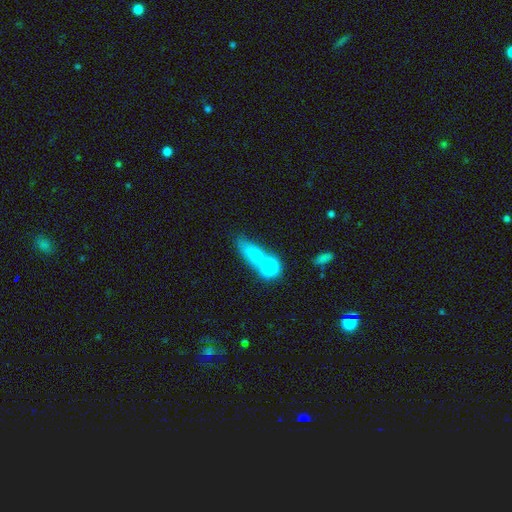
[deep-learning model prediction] A smooth galaxy with no disk features (70%) that is in between round and cigar-shaped (58%). Merging: none (44%).